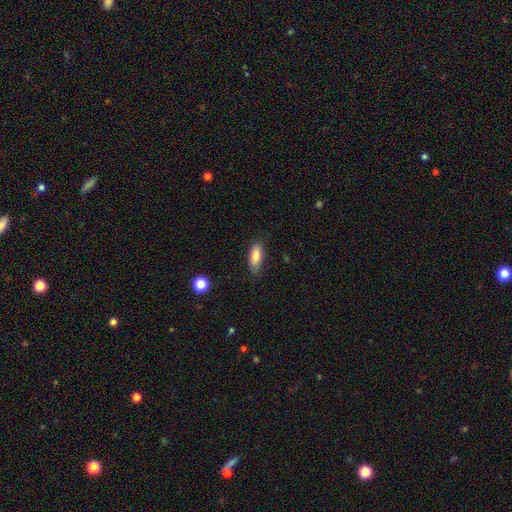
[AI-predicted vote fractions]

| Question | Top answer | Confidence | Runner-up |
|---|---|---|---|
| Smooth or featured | smooth | 82% | featured or disk (10%) |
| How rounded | in between | 74% | cigar-shaped (23%) |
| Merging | none | 76% | minor disturbance (19%) |